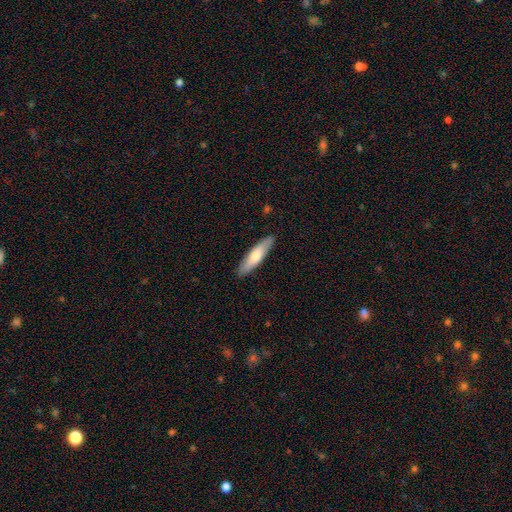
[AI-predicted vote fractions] Smooth or featured?
  - smooth: 68% *
  - featured or disk: 27%
  - star or artifact: 5%
How rounded?
  - cigar-shaped: 73% *
  - in between: 26%
  - round: 1%
Merging?
  - none: 89% *
  - minor disturbance: 8%
  - major disturbance: 2%
  - merger: 1%